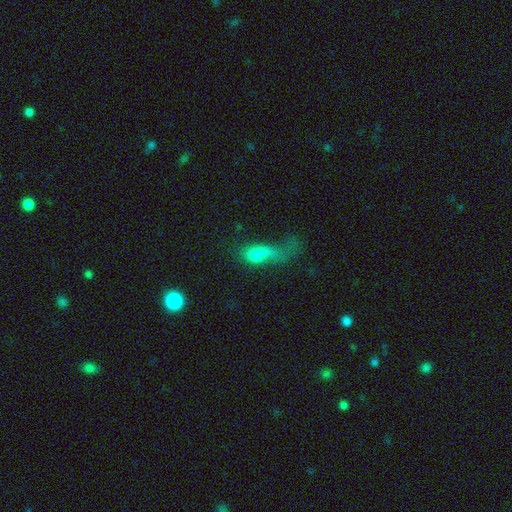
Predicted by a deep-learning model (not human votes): smooth 63%, featured or disk 24%, star or artifact 13%. Down the decision tree: how rounded — in between (67%); merging — major disturbance (53%).